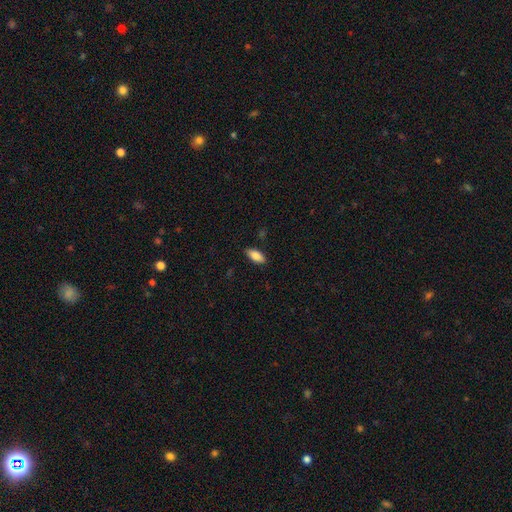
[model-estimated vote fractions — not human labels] Smooth or featured? smooth (83%)
How rounded? in between (87%)
Merging? none (87%)